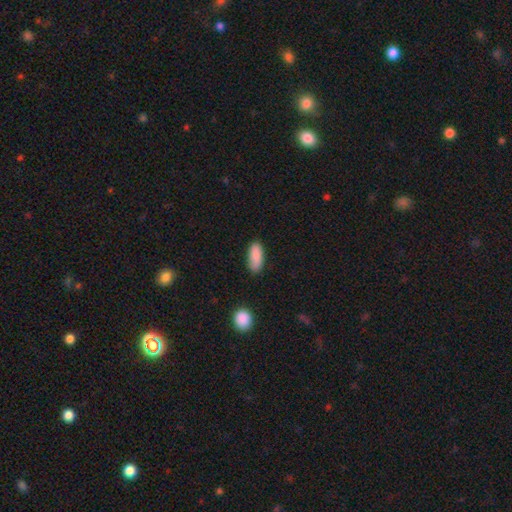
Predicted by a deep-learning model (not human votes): Overall: smooth (88%). How rounded: in between (80%). Merging: none (82%).